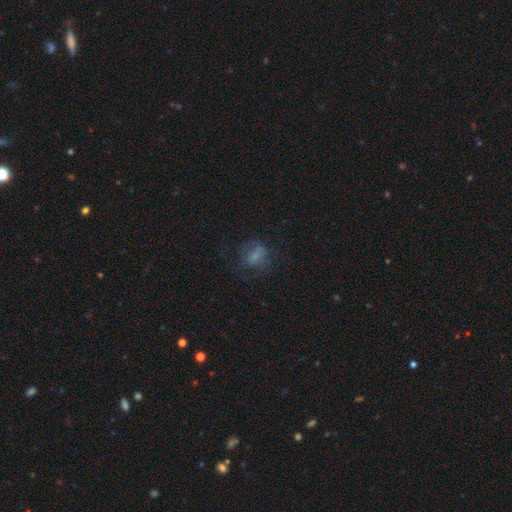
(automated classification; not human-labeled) This appears to be a smooth galaxy with no disk features (55%) that is round (51%). Merging: none (52%).